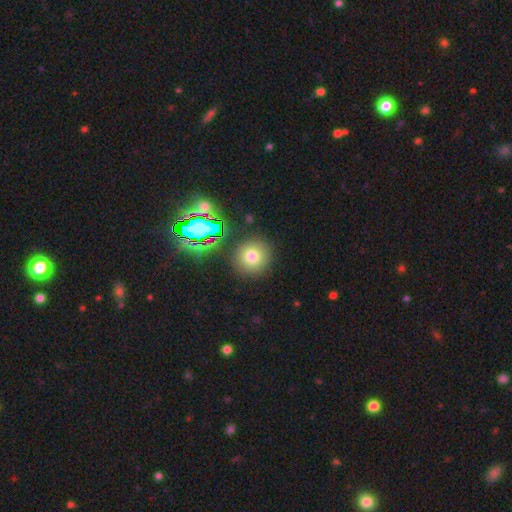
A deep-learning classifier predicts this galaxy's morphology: smooth 54%, star or artifact 35%, featured or disk 10%. Down the decision tree: how rounded — round (92%); merging — none (87%).